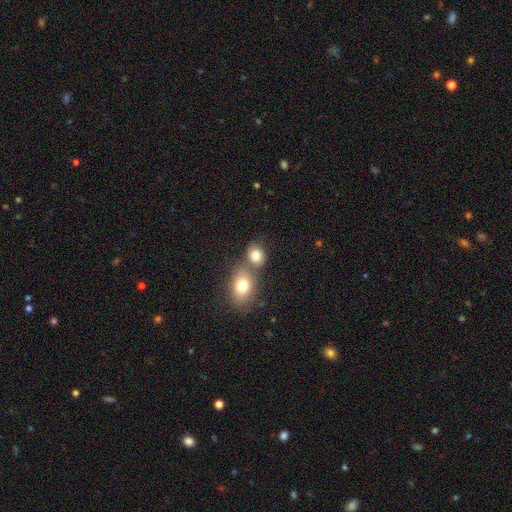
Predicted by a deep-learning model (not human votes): The model was most divided on "how rounded": round: 53%, in between: 46%, cigar-shaped: 1%. Remaining: smooth or featured — smooth (80%); merging — none (48%).